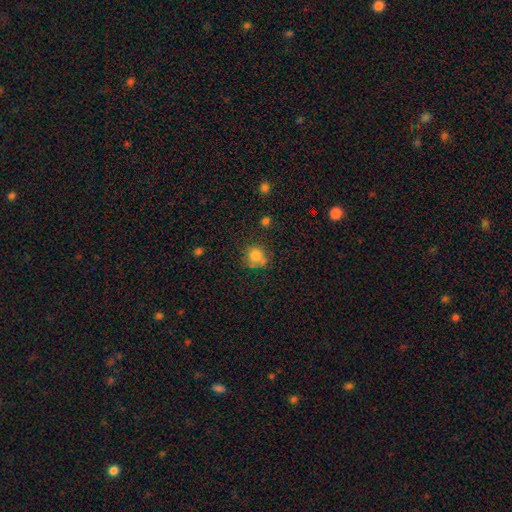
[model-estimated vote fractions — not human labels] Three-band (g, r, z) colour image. It shows a smooth galaxy with no disk features (79%) that is round (82%). Merging: none (56%).